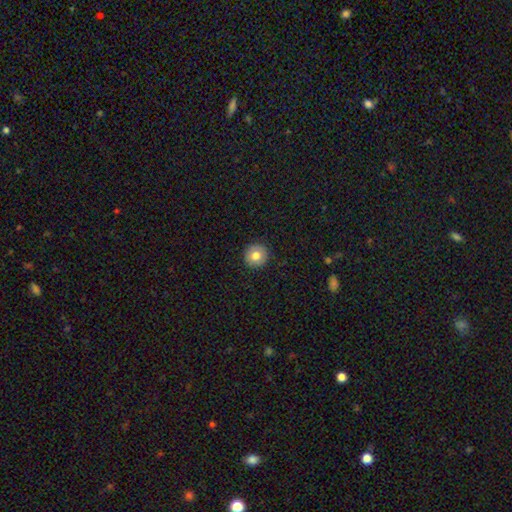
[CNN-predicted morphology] Smooth or featured? Predicted: smooth (p=0.78). How rounded? Predicted: round (p=0.95). Merging? Predicted: none (p=0.92).